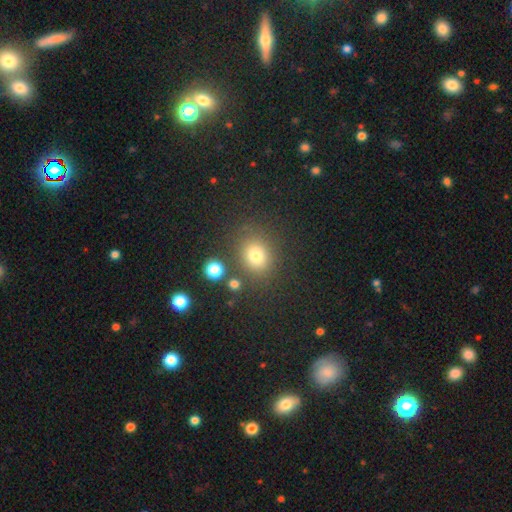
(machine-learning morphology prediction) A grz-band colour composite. It shows a smooth galaxy with no disk features (75%) that is round (68%). Merging: none (78%).